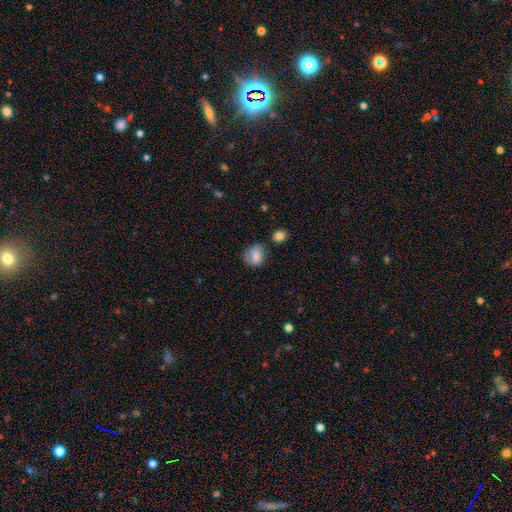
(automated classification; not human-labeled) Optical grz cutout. It shows a smooth galaxy with no disk features (80%) that is round (52%). Merging: none (55%).